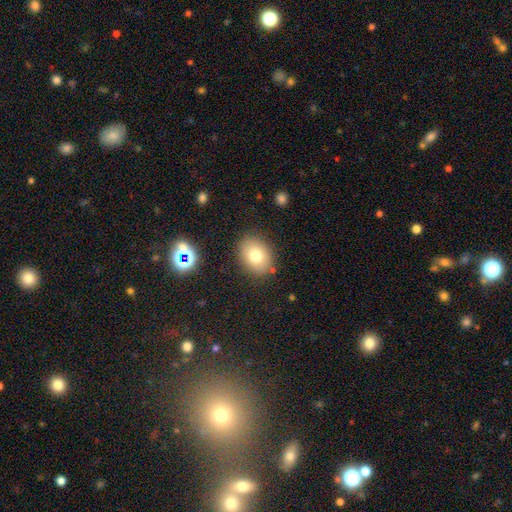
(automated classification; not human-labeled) Smooth or featured? smooth (75%)
How rounded? in between (62%)
Merging? none (84%)